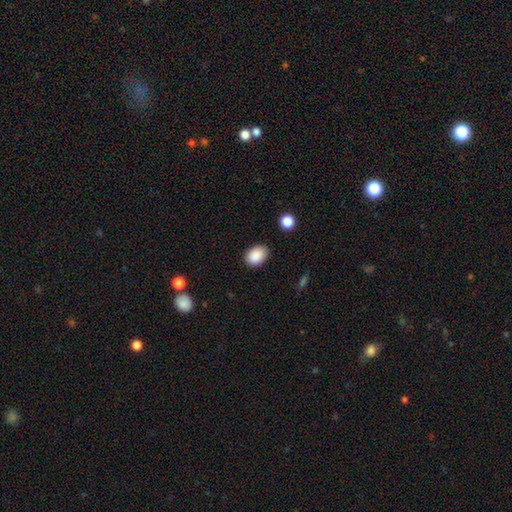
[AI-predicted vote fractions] smooth-or-featured: smooth: 89% | star or artifact: 8% | featured or disk: 3%
  how-rounded: in between: 73% | round: 26% | cigar-shaped: 1%
  merging: none: 84% | minor disturbance: 12% | major disturbance: 3% | merger: 2%